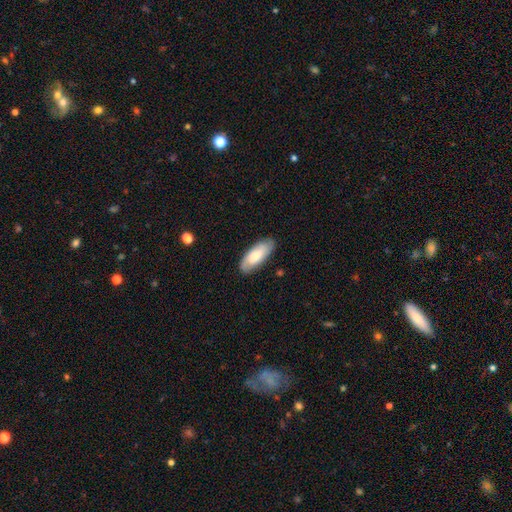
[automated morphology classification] Smooth or featured? smooth (70%)
How rounded? in between (79%)
Merging? none (85%)